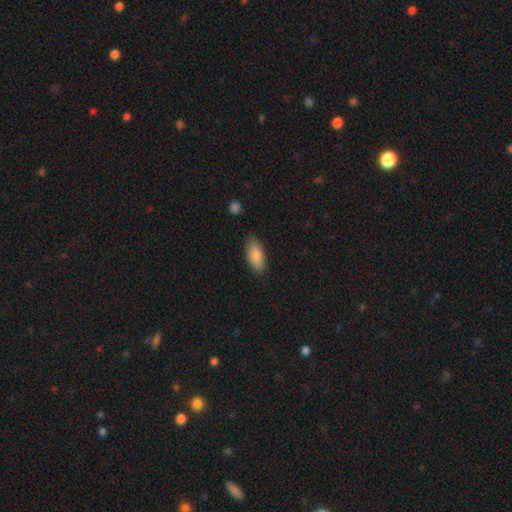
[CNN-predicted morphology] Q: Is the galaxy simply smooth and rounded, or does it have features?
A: smooth — 85%.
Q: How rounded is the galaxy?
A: in between — 87%.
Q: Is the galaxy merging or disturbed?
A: none — 80%.